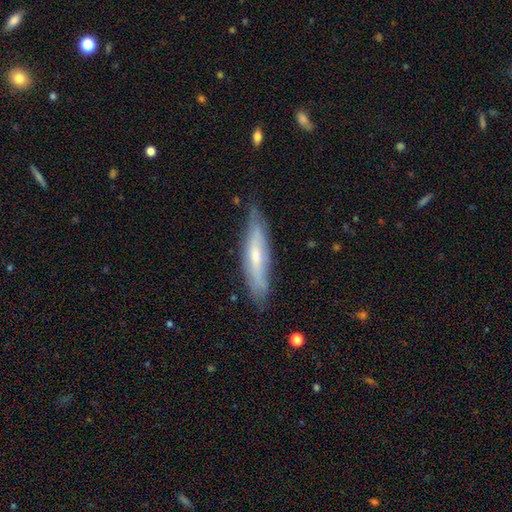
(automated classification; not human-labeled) This is possibly a featured or disk galaxy (52%). It is likely viewed edge-on (69%). Merging: likely none (76%).